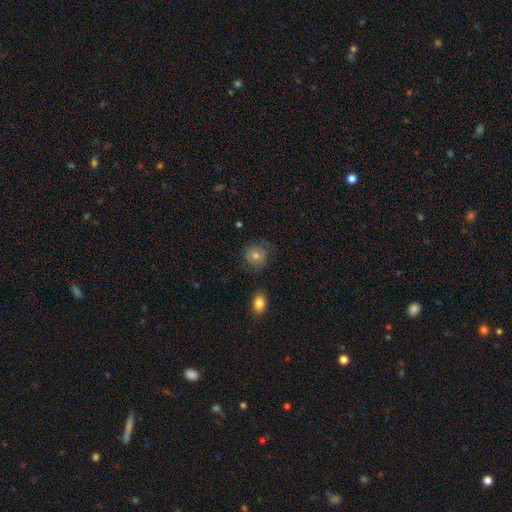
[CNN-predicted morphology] This is likely a smooth galaxy (73%). How rounded: clearly round (83%). Merging: likely none (75%).